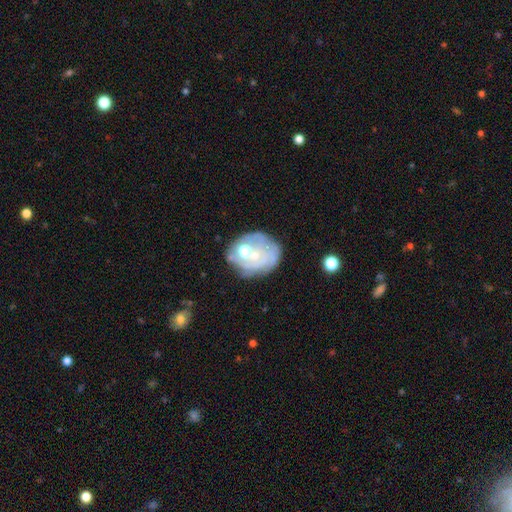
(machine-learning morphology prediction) A featured or disk galaxy (62%) with no bar (84%), no spiral arms (51%) and a moderate central bulge (52%). Merging: none (54%).